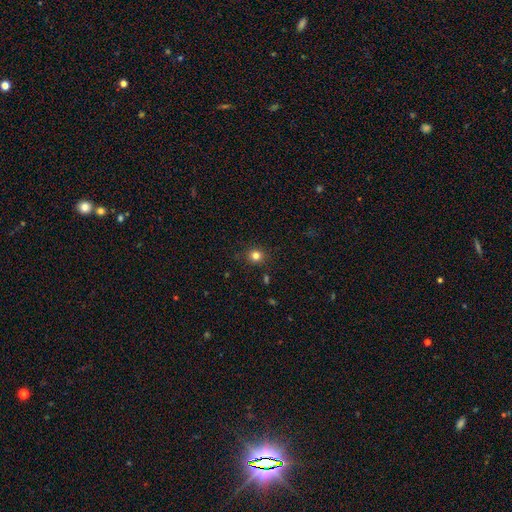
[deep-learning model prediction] Smooth or featured? Predicted: smooth (p=0.81). How rounded? Predicted: round (p=0.90). Merging? Predicted: none (p=0.89).